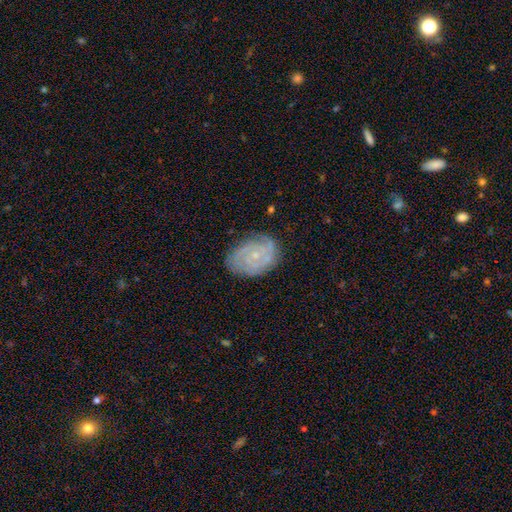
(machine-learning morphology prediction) Q: Smooth or featured?
A: featured or disk (79%); runner-up: smooth (14%)
Q: Edge-on disk?
A: no (97%); runner-up: yes (3%)
Q: Bar?
A: no (72%); runner-up: weak (24%)
Q: Spiral arms?
A: yes (95%); runner-up: no (5%)
Q: Spiral winding?
A: tight (70%); runner-up: medium (24%)
Q: Spiral arm count?
A: can't tell (29%); runner-up: 2 (28%)
Q: Bulge size?
A: small (78%); runner-up: moderate (17%)
Q: Merging?
A: none (77%); runner-up: minor disturbance (17%)